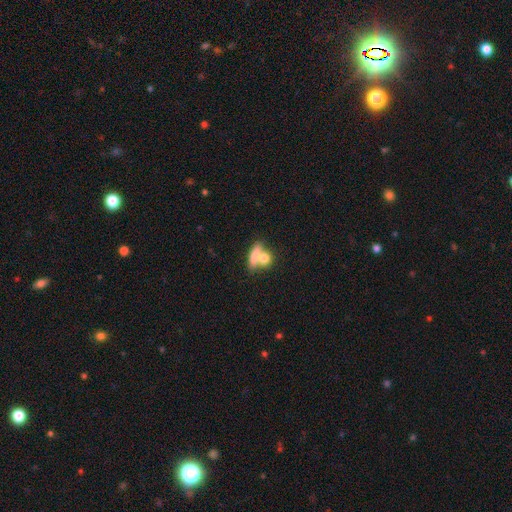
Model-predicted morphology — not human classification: A smooth galaxy with no disk features (74%) that is in between round and cigar-shaped (52%). Merging: merger (51%).